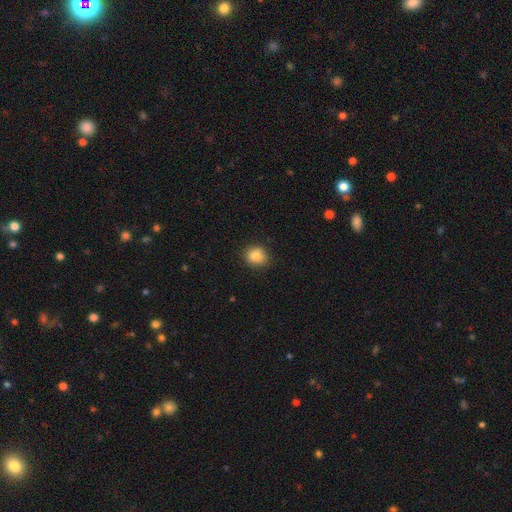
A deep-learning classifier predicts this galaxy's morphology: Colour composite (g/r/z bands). It shows a smooth galaxy with no disk features (85%) that is round (77%). Merging: none (88%).